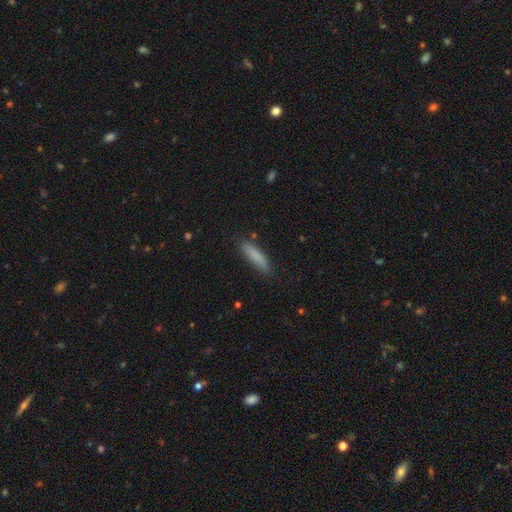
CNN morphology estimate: Q: Smooth or featured?
A: smooth (83%); runner-up: featured or disk (10%)
Q: How rounded?
A: cigar-shaped (80%); runner-up: in between (19%)
Q: Merging?
A: none (81%); runner-up: minor disturbance (14%)